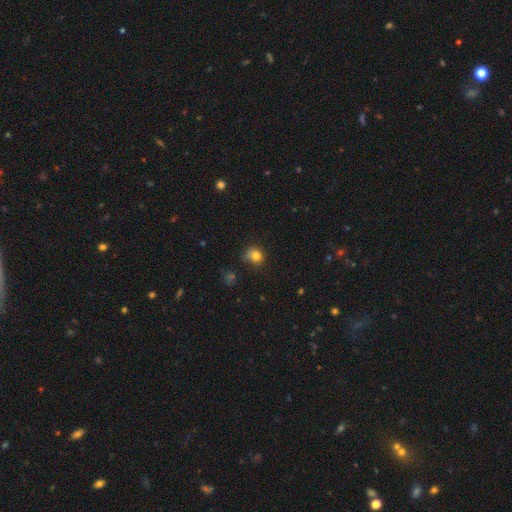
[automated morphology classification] Smooth or featured?
  - smooth: 79% *
  - star or artifact: 13%
  - featured or disk: 8%
How rounded?
  - round: 73% *
  - in between: 26%
  - cigar-shaped: 1%
Merging?
  - none: 56% *
  - minor disturbance: 28%
  - major disturbance: 11%
  - merger: 5%